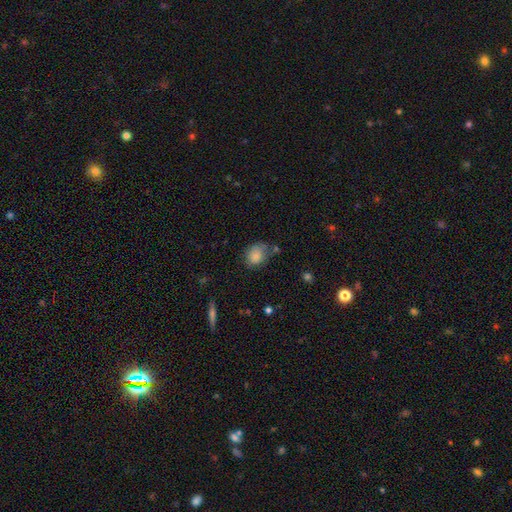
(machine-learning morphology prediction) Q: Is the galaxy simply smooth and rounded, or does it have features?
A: smooth — 82%.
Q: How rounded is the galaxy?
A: in between — 53%.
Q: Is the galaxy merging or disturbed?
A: none — 55%.